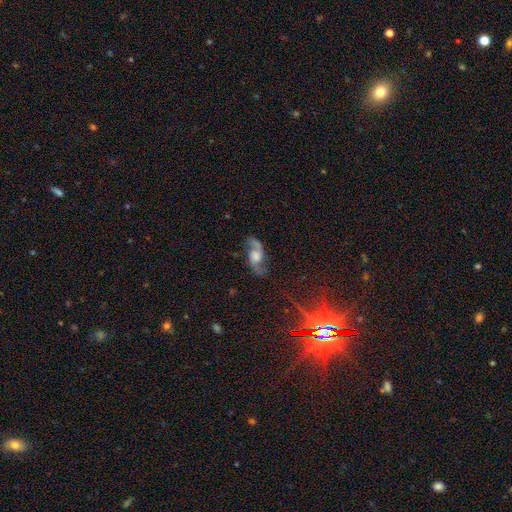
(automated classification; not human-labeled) A featured or disk galaxy (86%) with no bar (58%), 2 (94%) loose (62%) spiral arms (96%) and a large central bulge (37%).

Vote fractions:
- Smooth or featured? featured or disk: 86% / smooth: 8% / star or artifact: 6%
- Edge-on disk? no: 94% / yes: 6%
- Bar? no: 58% / weak: 35% / strong: 7%
- Spiral arms? yes: 96% / no: 4%
- Spiral winding? loose: 62% / medium: 32% / tight: 7%
- Spiral arm count? 2: 94% / can't tell: 2% / 1: 2% / 3: 1% / 4: 1% / more than 4: 1%
- Bulge size? large: 37% / moderate: 33% / none: 13% / small: 13% / dominant: 4%
- Merging? none: 78% / minor disturbance: 14% / major disturbance: 6% / merger: 2%